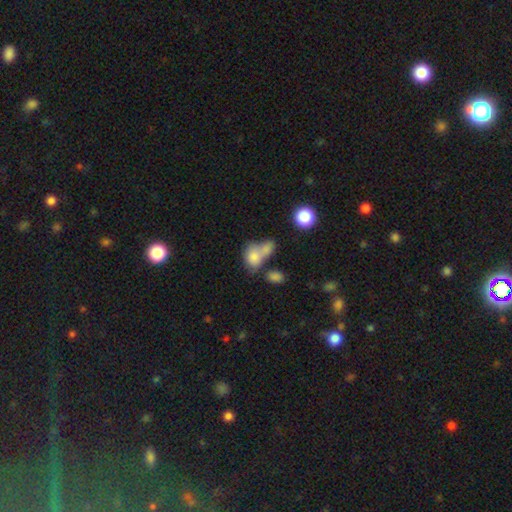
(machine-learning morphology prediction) The model was most divided on "merging": merger: 57%, none: 23%, minor disturbance: 11%, major disturbance: 9%. More confident: smooth or featured — smooth (77%); how rounded — in between (70%).